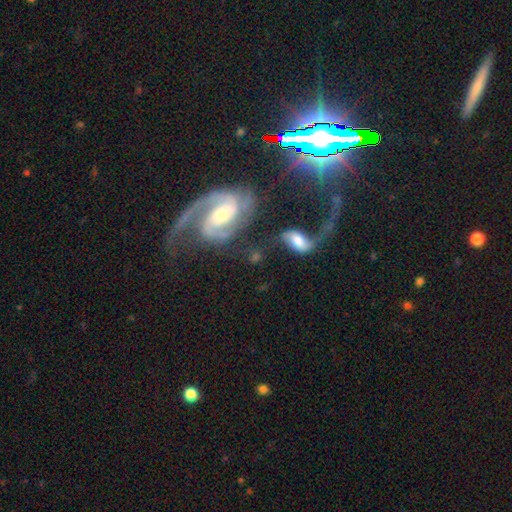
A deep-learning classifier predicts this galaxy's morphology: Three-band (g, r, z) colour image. It shows a featured or disk galaxy (67%) with a weak bar (39%), 2 (78%) medium (40%) spiral arms (90%) and a moderate central bulge (48%). Merging: none (35%).